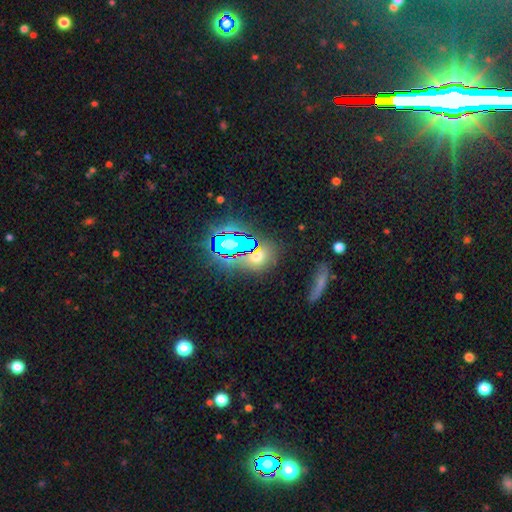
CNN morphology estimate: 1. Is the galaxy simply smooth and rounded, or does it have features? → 48% star or artifact, 41% smooth, 12% featured or disk.